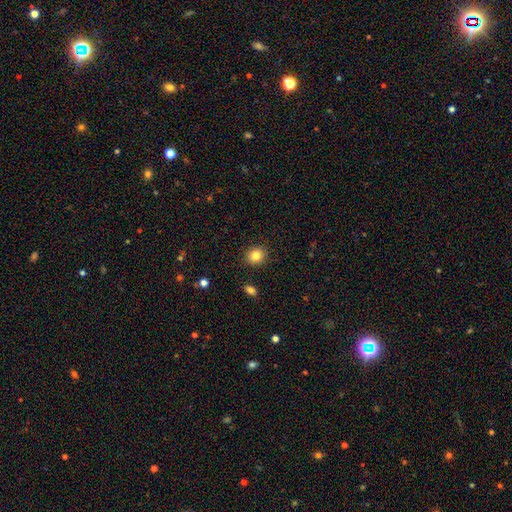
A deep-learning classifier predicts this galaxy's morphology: smooth-or-featured: smooth: 84% | star or artifact: 10% | featured or disk: 6%
  how-rounded: round: 81% | in between: 18% | cigar-shaped: 1%
  merging: none: 90% | minor disturbance: 6% | major disturbance: 2% | merger: 1%